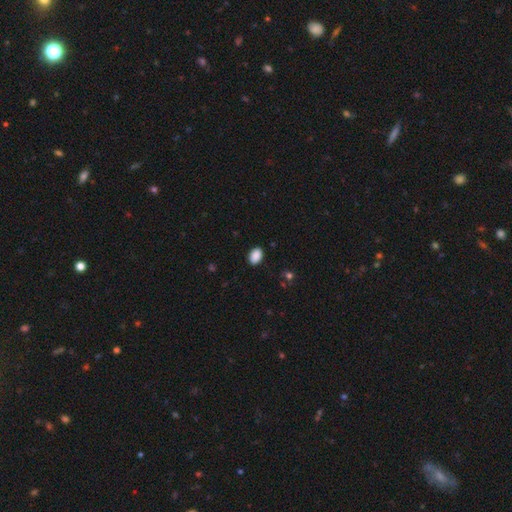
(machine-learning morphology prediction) This appears to be a smooth galaxy with no disk features (89%) that is in between round and cigar-shaped (84%). Merging: none (88%).